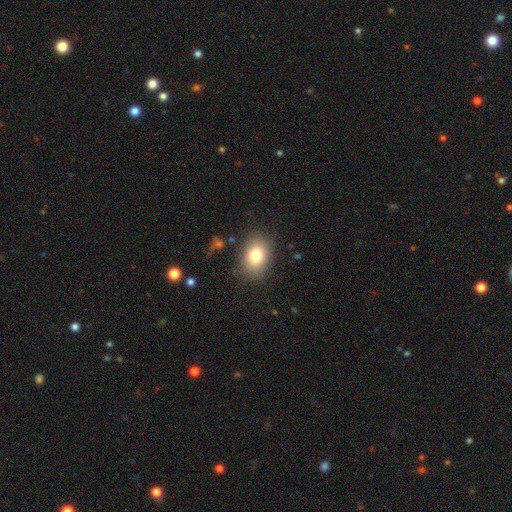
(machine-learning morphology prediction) Smooth or featured? Predicted: smooth (p=0.78). How rounded? Predicted: in between (p=0.73). Merging? Predicted: none (p=0.84).